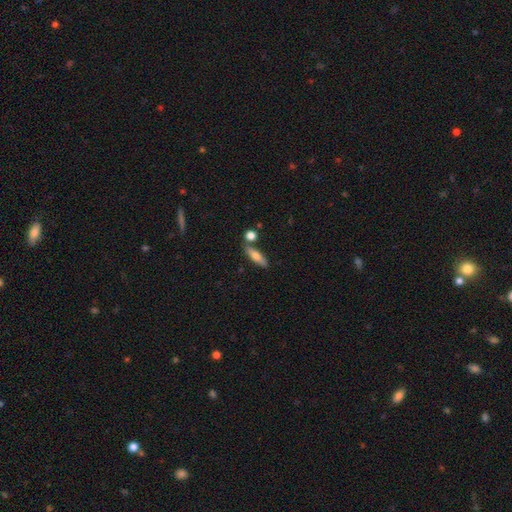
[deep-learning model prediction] Smooth or featured? smooth (65%)
How rounded? cigar-shaped (62%)
Merging? none (75%)